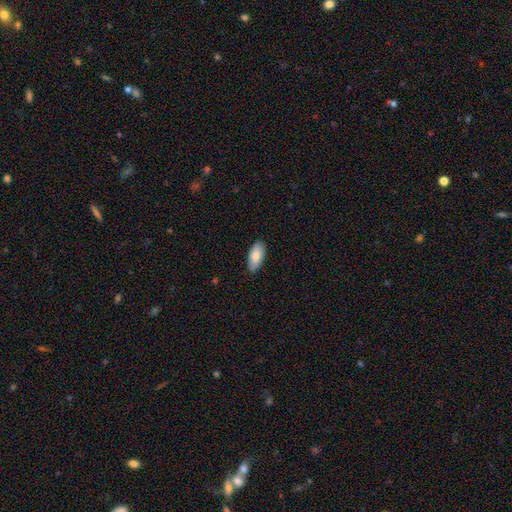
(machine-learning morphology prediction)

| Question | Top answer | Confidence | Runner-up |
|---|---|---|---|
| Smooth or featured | smooth | 82% | featured or disk (13%) |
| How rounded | in between | 91% | cigar-shaped (7%) |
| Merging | none | 87% | minor disturbance (10%) |